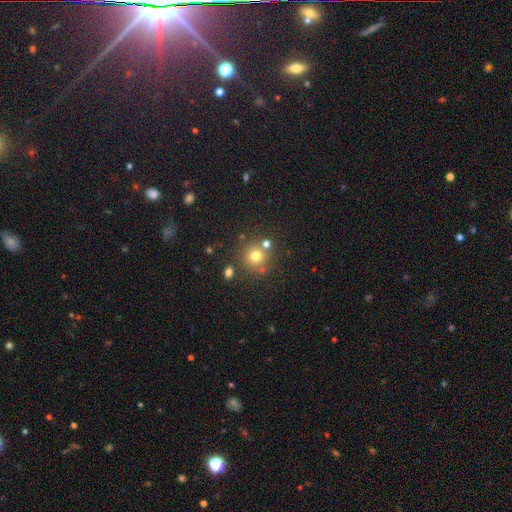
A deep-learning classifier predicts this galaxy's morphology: A smooth galaxy with no disk features (72%) that is round (93%).

Vote fractions:
- Smooth or featured? smooth: 72% / star or artifact: 17% / featured or disk: 10%
- How rounded? round: 93% / in between: 6% / cigar-shaped: 1%
- Merging? none: 74% / merger: 13% / minor disturbance: 9% / major disturbance: 4%